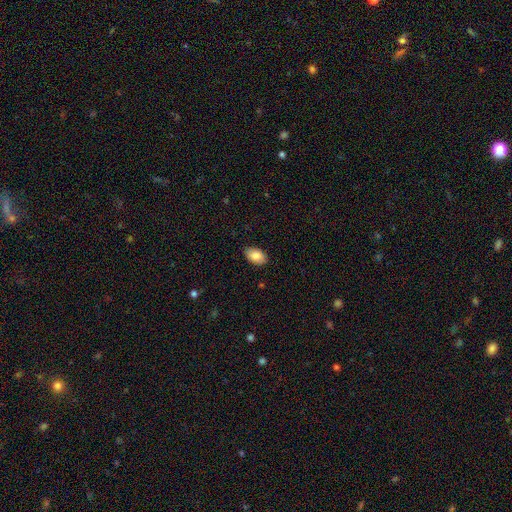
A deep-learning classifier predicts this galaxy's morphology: smooth 85%, featured or disk 9%, star or artifact 7%. Down the decision tree: how rounded — in between (92%); merging — none (87%).